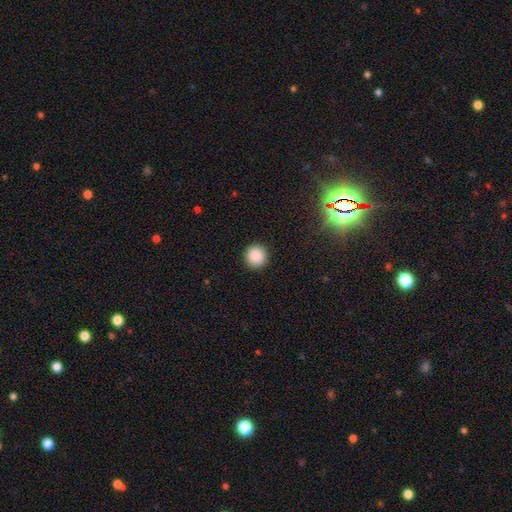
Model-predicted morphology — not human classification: Smooth or featured? smooth (88%)
How rounded? round (95%)
Merging? none (92%)